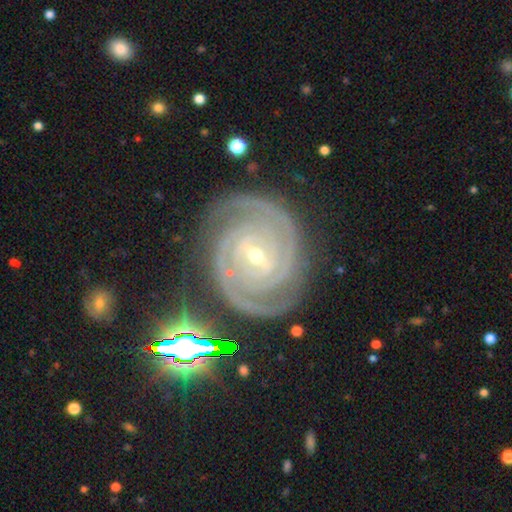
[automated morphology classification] A featured or disk galaxy (91%) with a weak bar (43%), 2 (62%) tight (82%) spiral arms (99%) and a small central bulge (72%).

Vote fractions:
- Smooth or featured? featured or disk: 91% / star or artifact: 6% / smooth: 3%
- Edge-on disk? no: 97% / yes: 3%
- Bar? weak: 43% / strong: 30% / no: 27%
- Spiral arms? yes: 99% / no: 1%
- Spiral winding? tight: 82% / medium: 16% / loose: 2%
- Spiral arm count? 2: 62% / 3: 17% / can't tell: 7% / 4: 7% / more than 4: 4% / 1: 4%
- Bulge size? small: 72% / moderate: 25% / large: 1% / none: 1% / dominant: 1%
- Merging? none: 82% / minor disturbance: 12% / major disturbance: 4% / merger: 3%